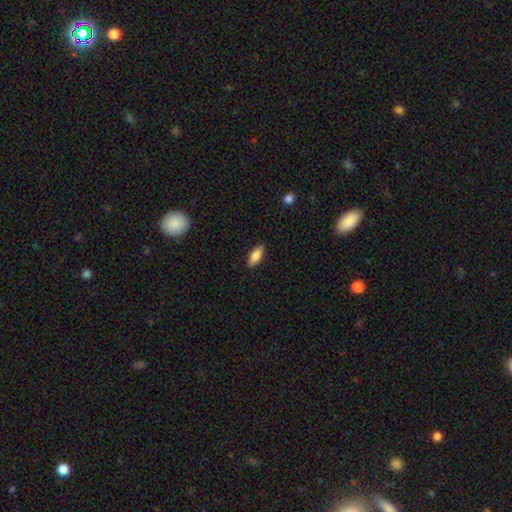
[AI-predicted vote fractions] A smooth galaxy with no disk features (81%) that is in between round and cigar-shaped (79%).

Vote fractions:
- Smooth or featured? smooth: 81% / featured or disk: 12% / star or artifact: 7%
- How rounded? in between: 79% / cigar-shaped: 19% / round: 3%
- Merging? none: 87% / minor disturbance: 10% / major disturbance: 2% / merger: 1%